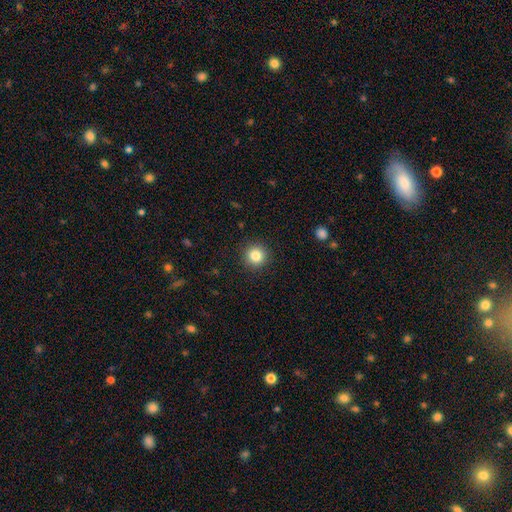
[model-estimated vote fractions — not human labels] This appears to be a smooth galaxy with no disk features (84%) that is round (95%). Merging: none (92%).